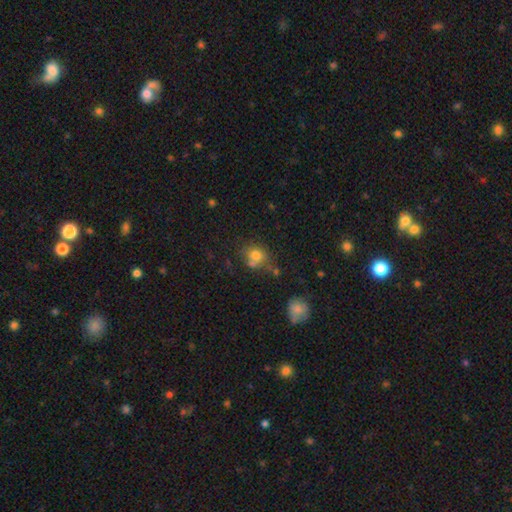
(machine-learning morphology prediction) This appears to be a smooth galaxy with no disk features (74%) that is round (69%). Merging: none (48%).